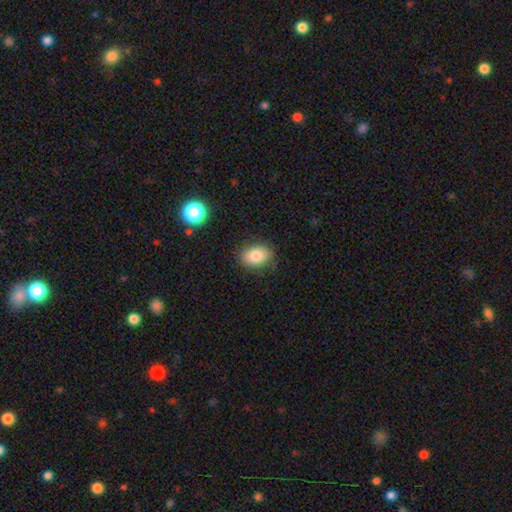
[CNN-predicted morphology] A smooth galaxy with no disk features (82%) that is in between round and cigar-shaped (72%). Merging: none (83%).